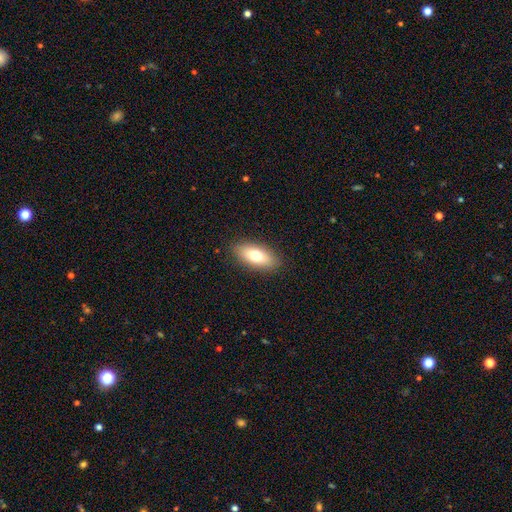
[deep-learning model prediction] Smooth or featured? smooth (72%)
How rounded? in between (81%)
Merging? none (88%)